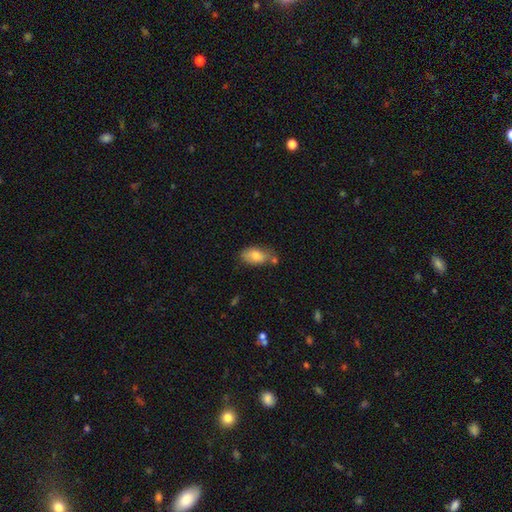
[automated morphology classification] Smooth or featured?
  - smooth: 77% *
  - featured or disk: 16%
  - star or artifact: 7%
How rounded?
  - in between: 91% *
  - round: 6%
  - cigar-shaped: 3%
Merging?
  - none: 58% *
  - minor disturbance: 24%
  - merger: 13%
  - major disturbance: 6%